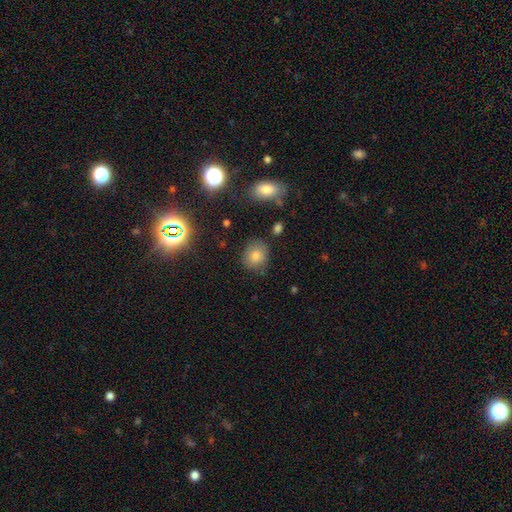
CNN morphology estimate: The model was most divided on "how rounded": round: 67%, in between: 31%, cigar-shaped: 1%. More confident: merging — none (78%); smooth or featured — smooth (73%).